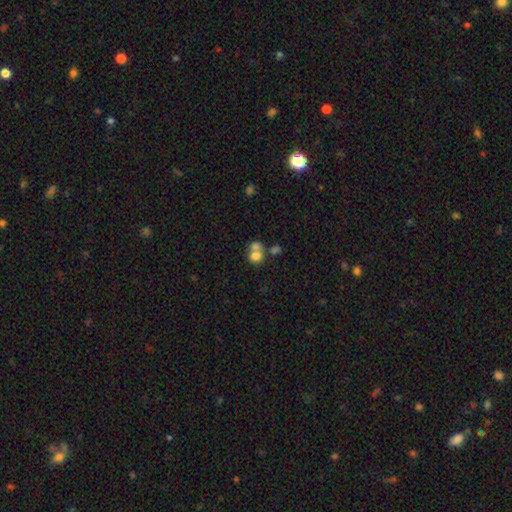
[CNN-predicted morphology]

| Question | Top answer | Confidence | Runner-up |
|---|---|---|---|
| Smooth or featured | smooth | 73% | featured or disk (15%) |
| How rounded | round | 73% | in between (26%) |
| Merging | merger | 56% | none (33%) |